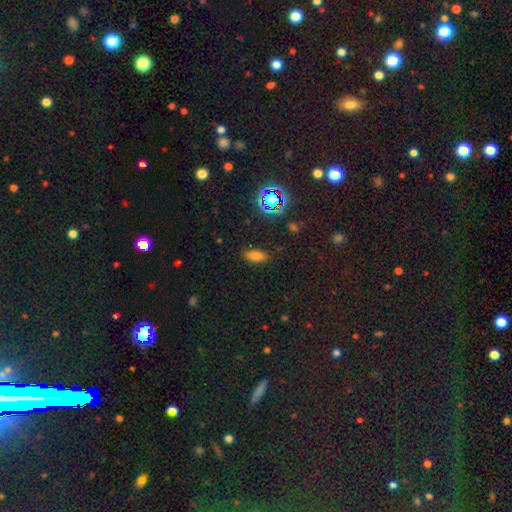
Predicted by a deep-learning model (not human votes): The model was most divided on "smooth or featured": smooth: 71%, star or artifact: 19%, featured or disk: 10%. More confident: how rounded — in between (86%); merging — none (85%).